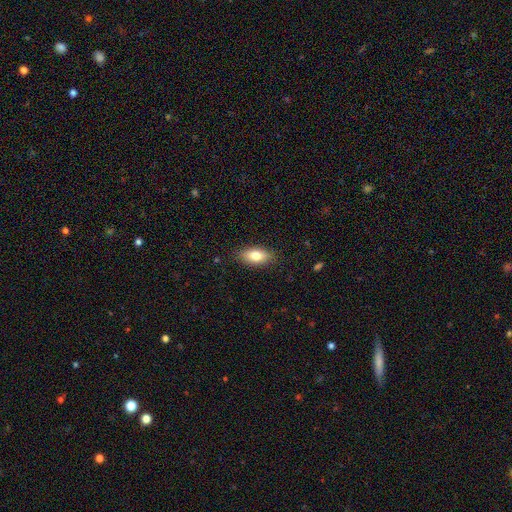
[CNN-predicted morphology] Smooth or featured? smooth (78%)
How rounded? in between (88%)
Merging? none (86%)